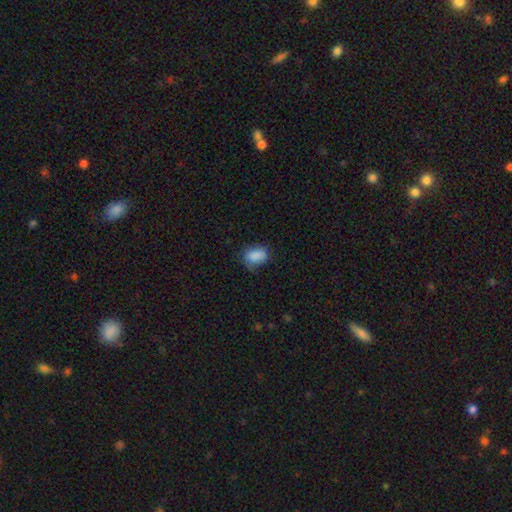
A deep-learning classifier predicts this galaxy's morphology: A smooth galaxy with no disk features (85%) that is in between round and cigar-shaped (81%).

Vote fractions:
- Smooth or featured? smooth: 85% / star or artifact: 8% / featured or disk: 6%
- How rounded? in between: 81% / round: 17% / cigar-shaped: 2%
- Merging? none: 63% / minor disturbance: 27% / major disturbance: 8% / merger: 1%